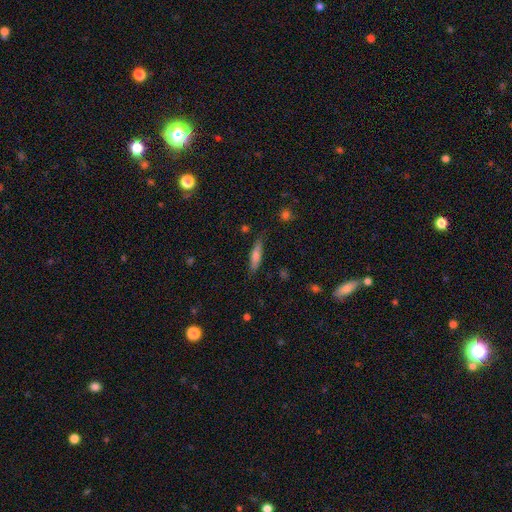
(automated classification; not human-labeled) Smooth or featured? Predicted: smooth (p=0.65). How rounded? Predicted: cigar-shaped (p=0.75). Merging? Predicted: none (p=0.81).